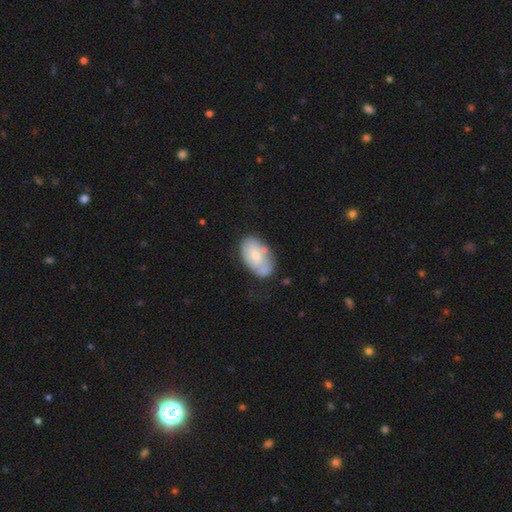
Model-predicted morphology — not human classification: Overall: smooth (62%; featured or disk 32%). How rounded: in between (93%). Merging: none (53%; minor disturbance 27%).